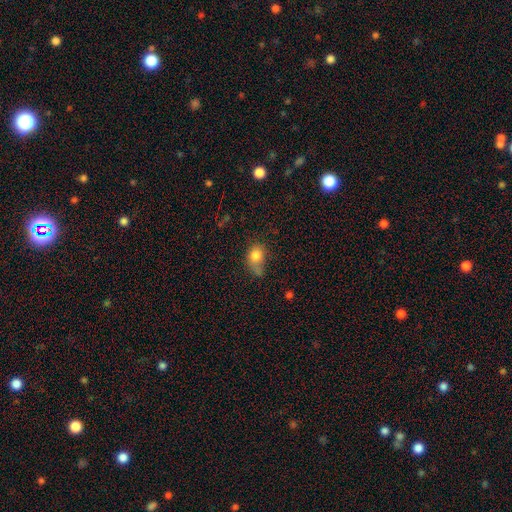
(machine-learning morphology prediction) smooth_or_featured: smooth (p=0.80) [alt: star or artifact p=0.10]
how_rounded: in between (p=0.56) [alt: round p=0.42]
merging: none (p=0.35) [alt: minor disturbance p=0.32]